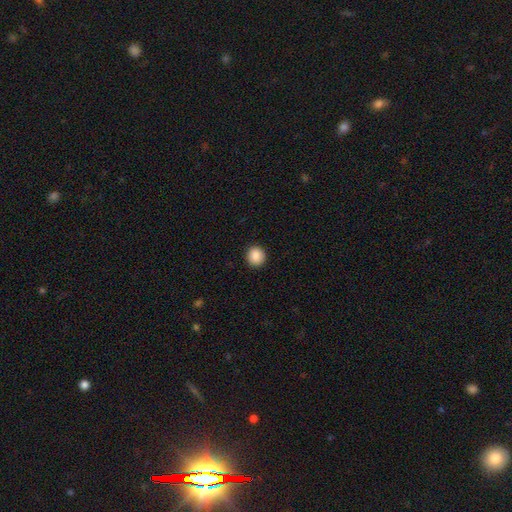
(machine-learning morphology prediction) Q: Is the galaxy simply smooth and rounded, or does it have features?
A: smooth — 89%.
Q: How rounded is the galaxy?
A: round — 88%.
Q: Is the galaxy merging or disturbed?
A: none — 92%.